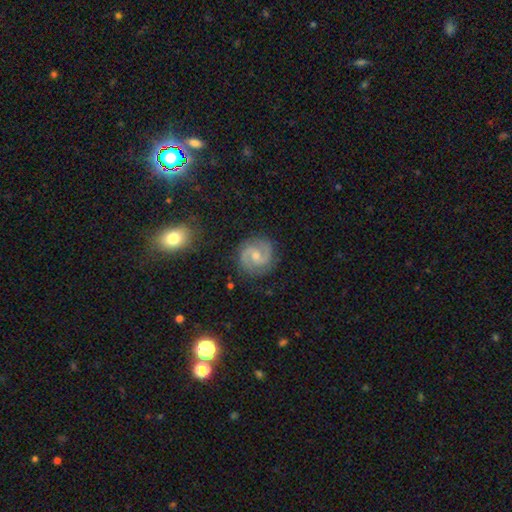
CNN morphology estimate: smooth_or_featured: featured or disk (p=0.85) [alt: smooth p=0.09]
disk_edge_on: no (p=0.98) [alt: yes p=0.02]
bar: weak (p=0.52) [alt: no p=0.38]
has_spiral_arms: yes (p=0.97) [alt: no p=0.03]
spiral_winding: medium (p=0.57) [alt: tight p=0.29]
spiral_arm_count: 2 (p=0.93) [alt: can't tell p=0.03]
bulge_size: moderate (p=0.51) [alt: small p=0.39]
merging: none (p=0.83) [alt: minor disturbance p=0.12]